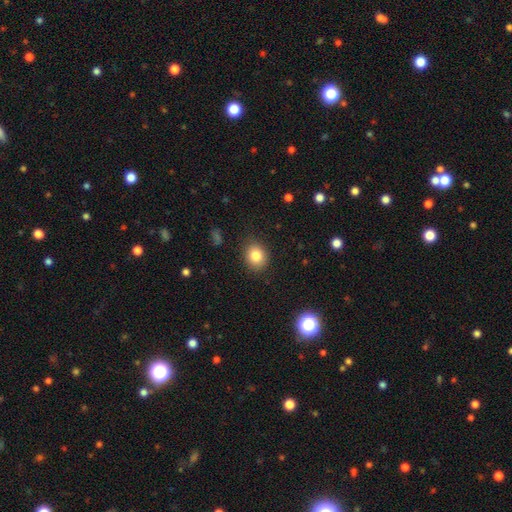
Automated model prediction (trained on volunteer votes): smooth 83%, star or artifact 10%, featured or disk 7%. Down the decision tree: how rounded — round (60%); merging — none (86%).